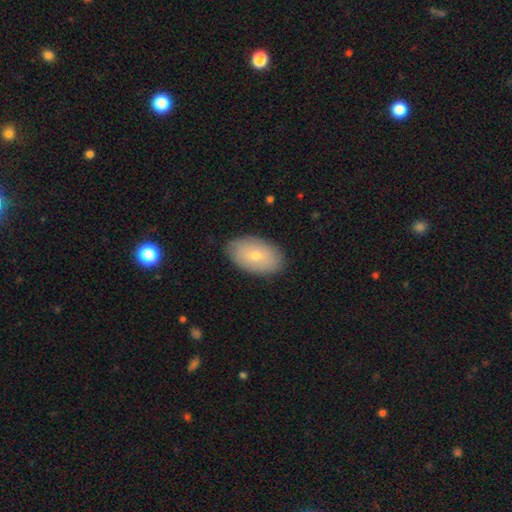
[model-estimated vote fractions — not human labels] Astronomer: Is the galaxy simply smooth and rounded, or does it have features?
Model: smooth — 71%.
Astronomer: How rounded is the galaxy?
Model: in between — 93%.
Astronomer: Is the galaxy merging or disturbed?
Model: none — 86%.